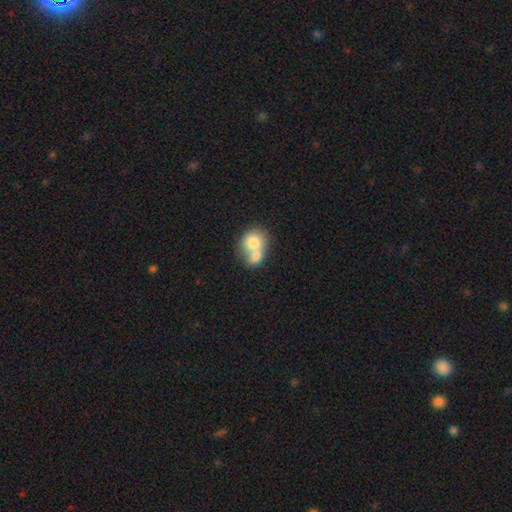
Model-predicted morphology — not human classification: Overall: smooth (74%). How rounded: round (63%; in between 36%). Merging: merger (70%).